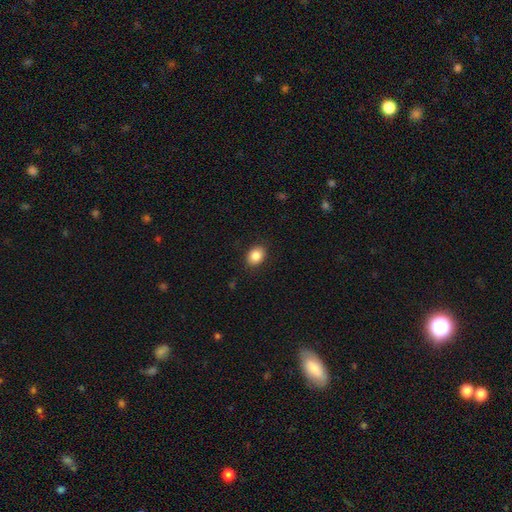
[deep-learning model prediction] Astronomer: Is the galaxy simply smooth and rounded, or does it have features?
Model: smooth — 86%.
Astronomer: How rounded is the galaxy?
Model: in between — 64%.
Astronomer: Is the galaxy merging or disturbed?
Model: none — 88%.